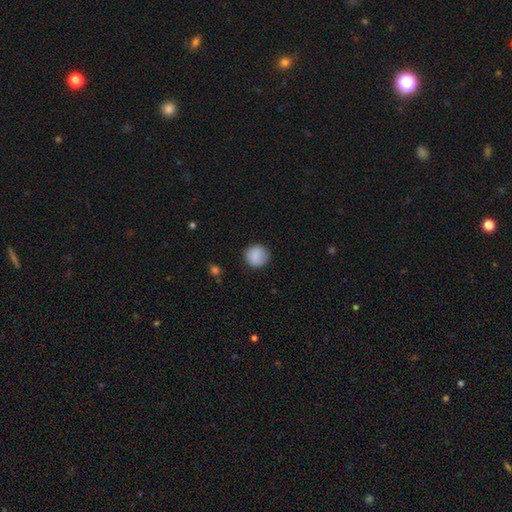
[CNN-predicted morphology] A smooth galaxy with no disk features (88%) that is round (91%).

Vote fractions:
- Smooth or featured? smooth: 88% / star or artifact: 7% / featured or disk: 4%
- How rounded? round: 91% / in between: 8% / cigar-shaped: 1%
- Merging? none: 87% / minor disturbance: 9% / major disturbance: 3% / merger: 1%